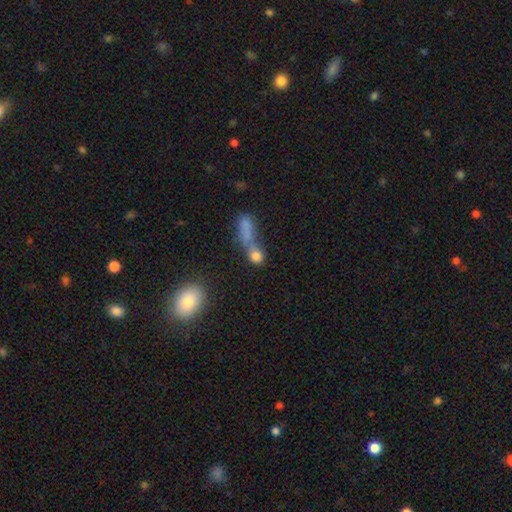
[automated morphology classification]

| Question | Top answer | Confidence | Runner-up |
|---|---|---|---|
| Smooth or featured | smooth | 73% | star or artifact (14%) |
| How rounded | round | 53% | in between (37%) |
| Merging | merger | 54% | none (28%) |